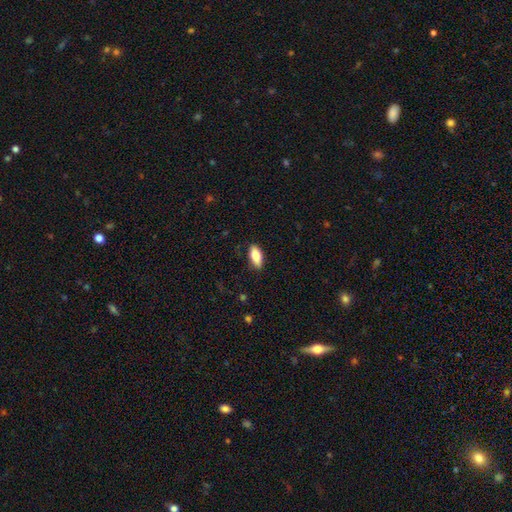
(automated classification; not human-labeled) Smooth or featured: smooth — 83% (featured or disk — 10%)
How rounded: in between — 86% (cigar-shaped — 12%)
Merging: none — 86% (minor disturbance — 11%)